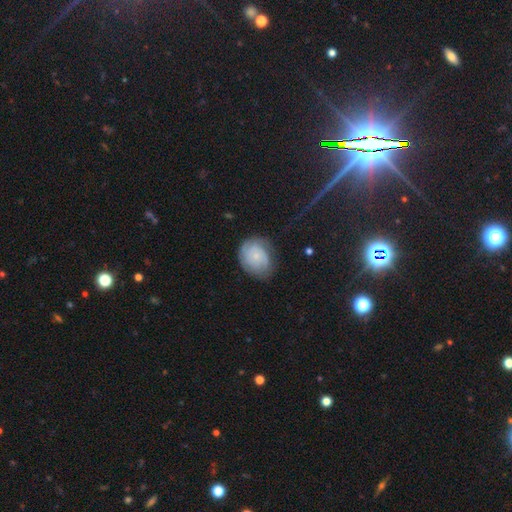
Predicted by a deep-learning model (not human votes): Smooth or featured: featured or disk — 49% (smooth — 43%)
Merging: none — 66% (minor disturbance — 24%)